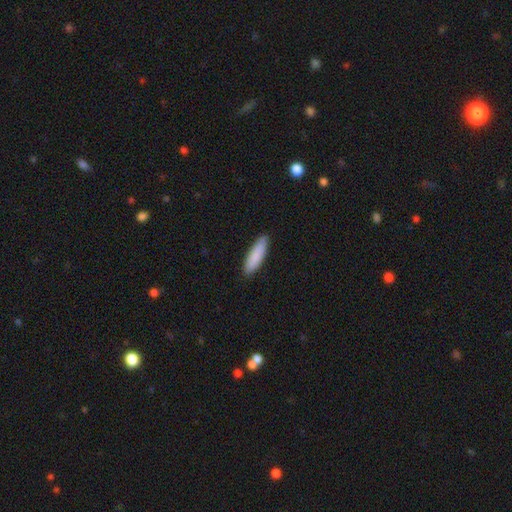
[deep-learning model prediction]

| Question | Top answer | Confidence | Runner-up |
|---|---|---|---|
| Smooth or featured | smooth | 87% | featured or disk (8%) |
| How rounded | cigar-shaped | 65% | in between (34%) |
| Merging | none | 88% | minor disturbance (9%) |